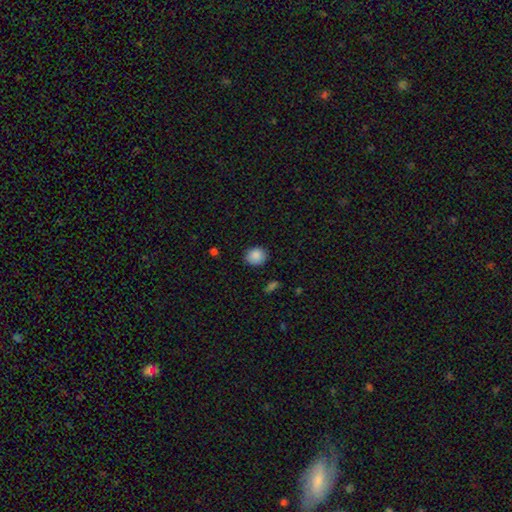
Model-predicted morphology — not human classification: Smooth or featured? smooth (88%)
How rounded? round (68%)
Merging? none (84%)